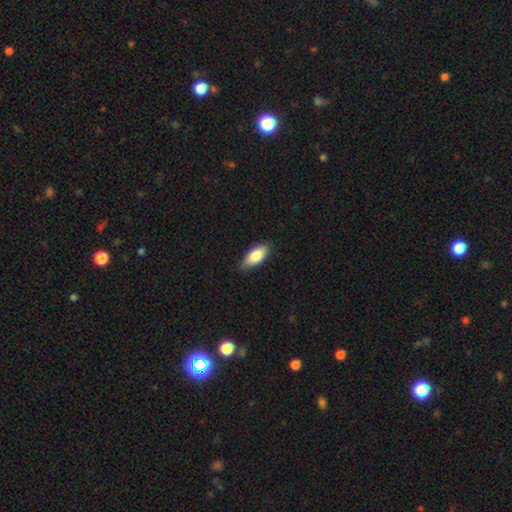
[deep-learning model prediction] A smooth galaxy with no disk features (82%) that is in between round and cigar-shaped (87%). Merging: none (80%).